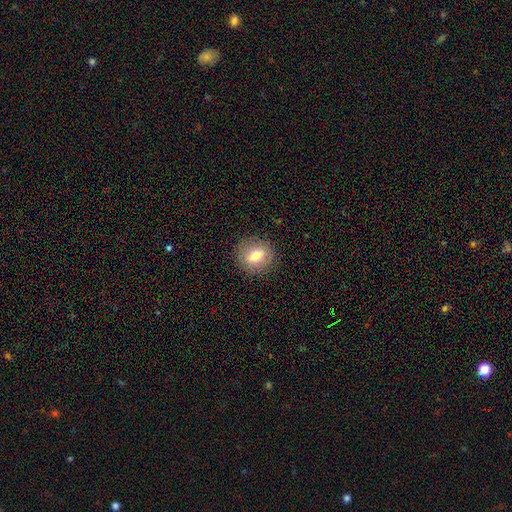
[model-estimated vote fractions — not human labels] The model was most divided on "smooth or featured": smooth: 71%, featured or disk: 20%, star or artifact: 9%. More confident: merging — none (87%); how rounded — round (77%).